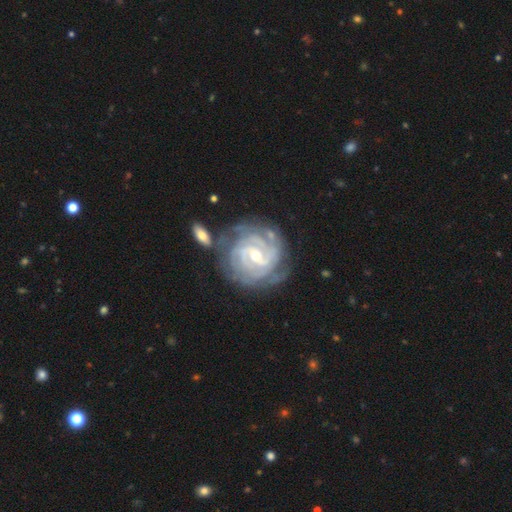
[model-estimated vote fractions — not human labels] The model was most divided on "spiral arm count": 3: 25%, can't tell: 24%, 4: 19%, 2: 19%, more than 4: 7%, 1: 6%. Remaining: spiral arms — yes (98%); edge-on disk — no (97%); smooth or featured — featured or disk (91%); spiral winding — tight (76%); merging — none (69%); bar — weak (50%); bulge size — small (49%).